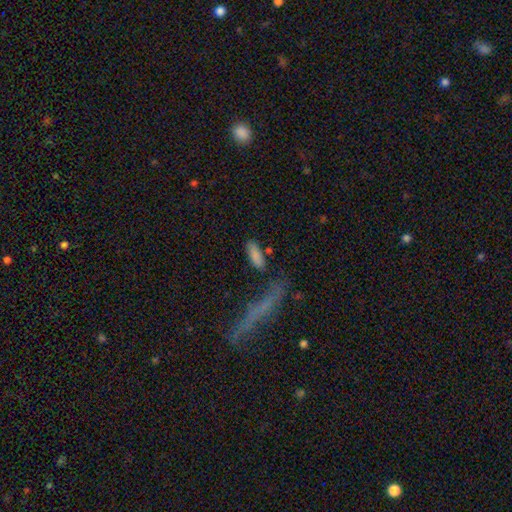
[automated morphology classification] Smooth or featured? smooth (85%)
How rounded? in between (70%)
Merging? none (72%)